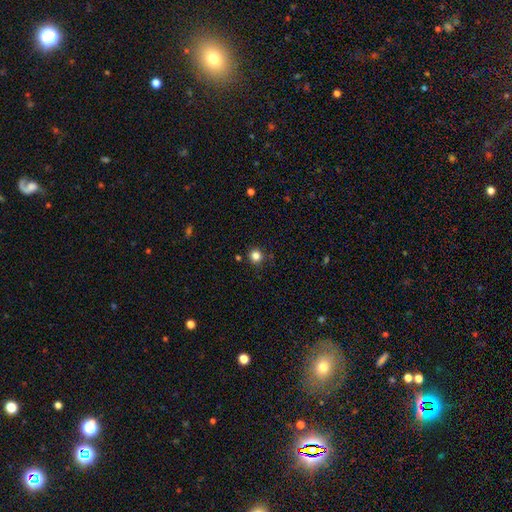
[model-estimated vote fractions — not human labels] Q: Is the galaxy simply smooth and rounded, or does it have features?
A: smooth — 83%.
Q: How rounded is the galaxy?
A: round — 93%.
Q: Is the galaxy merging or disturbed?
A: none — 87%.